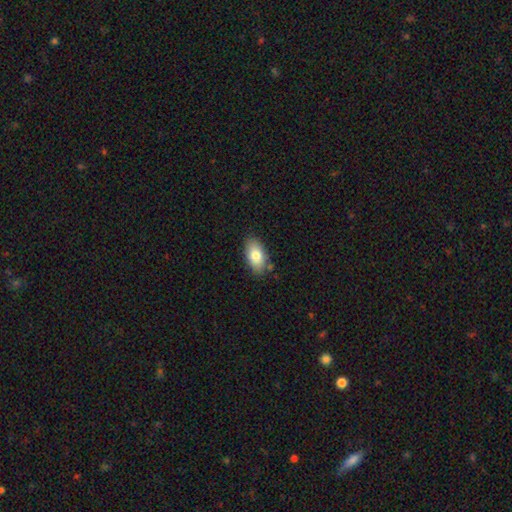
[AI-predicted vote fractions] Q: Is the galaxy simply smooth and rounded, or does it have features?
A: smooth — 80%.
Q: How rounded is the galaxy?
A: in between — 92%.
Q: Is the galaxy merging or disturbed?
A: none — 81%.